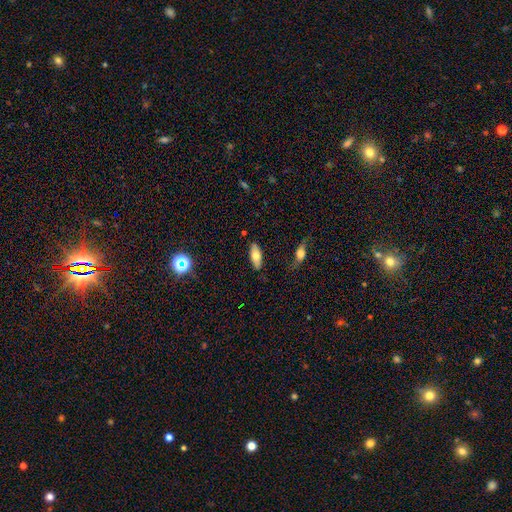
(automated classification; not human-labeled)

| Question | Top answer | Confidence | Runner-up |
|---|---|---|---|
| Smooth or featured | smooth | 65% | featured or disk (27%) |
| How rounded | in between | 73% | cigar-shaped (24%) |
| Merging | none | 84% | minor disturbance (11%) |